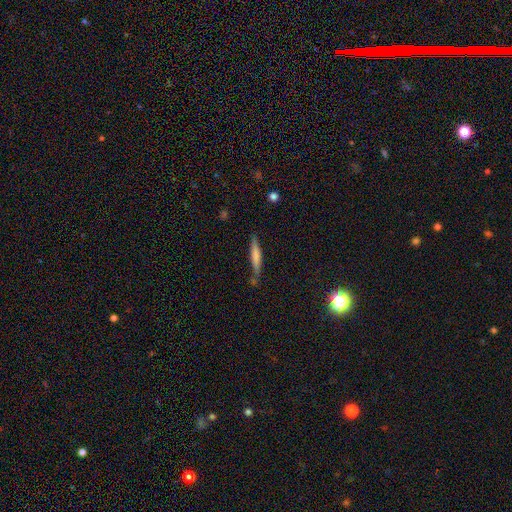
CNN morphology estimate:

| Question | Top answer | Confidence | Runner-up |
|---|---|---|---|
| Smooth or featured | smooth | 65% | featured or disk (29%) |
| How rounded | cigar-shaped | 91% | in between (7%) |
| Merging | none | 72% | minor disturbance (18%) |